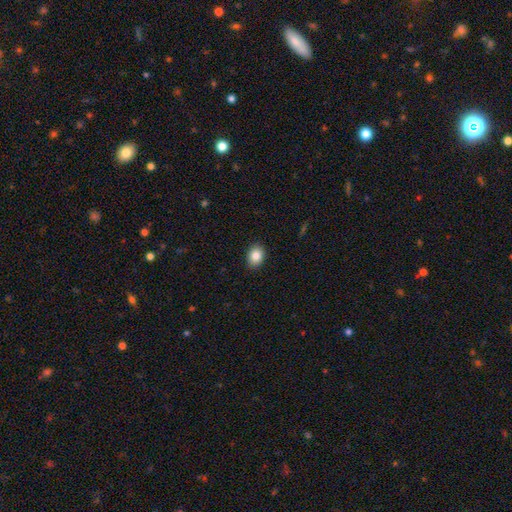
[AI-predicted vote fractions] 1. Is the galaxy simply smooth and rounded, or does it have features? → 86% smooth, 9% star or artifact, 6% featured or disk.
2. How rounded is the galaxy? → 62% in between, 37% round, 1% cigar-shaped.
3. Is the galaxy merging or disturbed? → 90% none, 8% minor disturbance, 2% major disturbance, 1% merger.